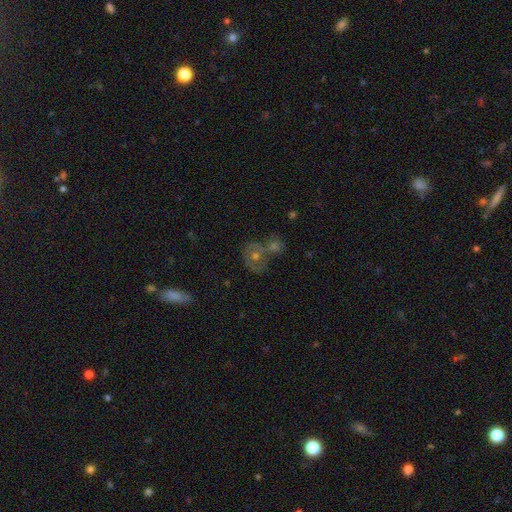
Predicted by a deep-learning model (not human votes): The model was most divided on "merging": none: 45%, merger: 35%, minor disturbance: 12%, major disturbance: 8%. More confident: edge-on disk — no (95%); bar — no (84%); bulge size — moderate (66%); spiral arms — yes (56%); smooth or featured — featured or disk (55%).